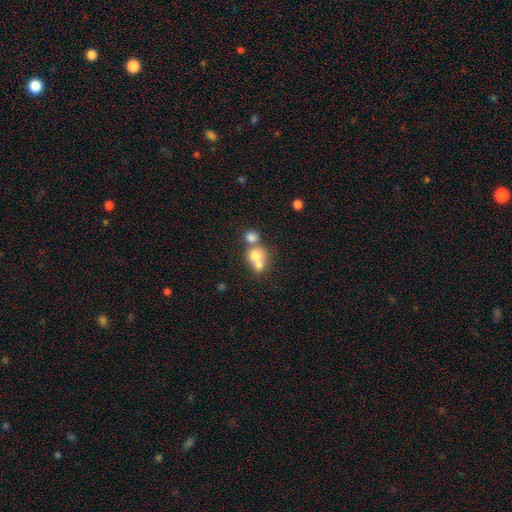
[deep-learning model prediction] smooth-or-featured: smooth: 71% | featured or disk: 18% | star or artifact: 11%
  how-rounded: round: 73% | in between: 25% | cigar-shaped: 1%
  merging: merger: 60% | none: 30% | minor disturbance: 6% | major disturbance: 4%